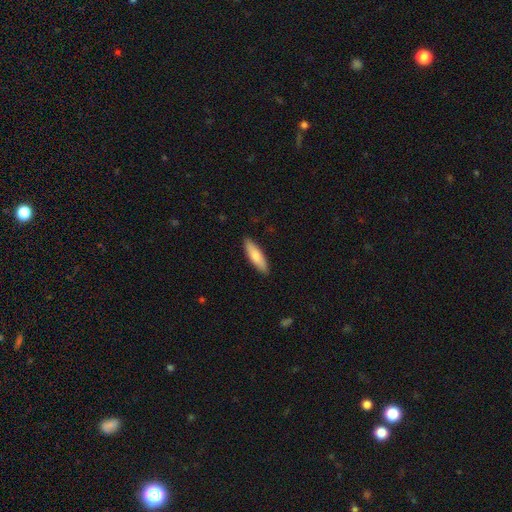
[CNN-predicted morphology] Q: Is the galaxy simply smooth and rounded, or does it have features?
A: smooth — 79%.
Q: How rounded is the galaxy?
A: cigar-shaped — 59%.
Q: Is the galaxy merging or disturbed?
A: none — 89%.